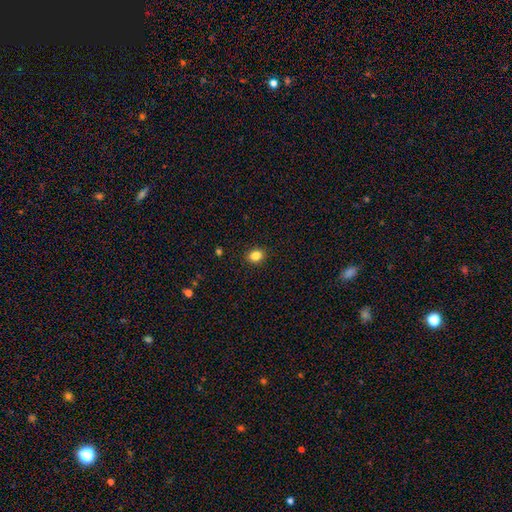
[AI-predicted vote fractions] Smooth or featured? smooth (84%)
How rounded? in between (51%)
Merging? none (90%)